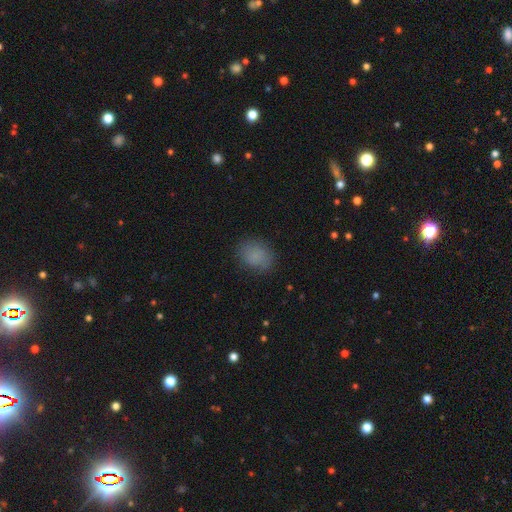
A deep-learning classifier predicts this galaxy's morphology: This appears to be a smooth galaxy with no disk features (83%) that is in between round and cigar-shaped (58%). Merging: none (81%).